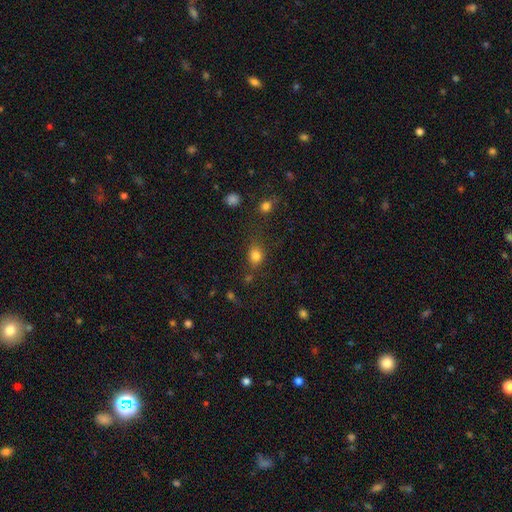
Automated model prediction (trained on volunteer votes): Overall: smooth (81%). How rounded: round (56%; in between 43%). Merging: none (68%).